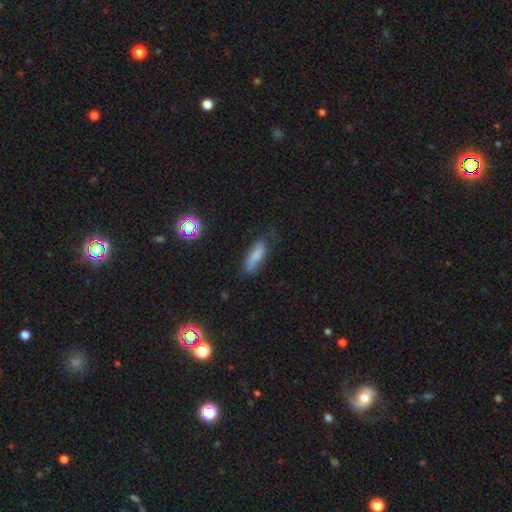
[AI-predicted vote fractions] Smooth or featured? Predicted: smooth (p=0.71). How rounded? Predicted: in between (p=0.56). Merging? Predicted: none (p=0.54).